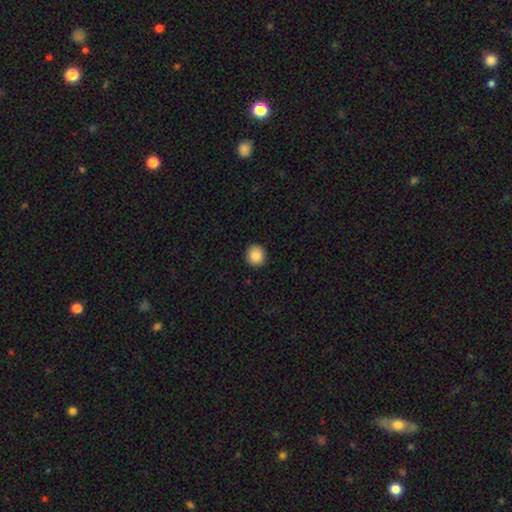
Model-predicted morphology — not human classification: Smooth or featured: smooth — 88% (star or artifact — 8%)
How rounded: round — 91% (in between — 8%)
Merging: none — 91% (minor disturbance — 6%)